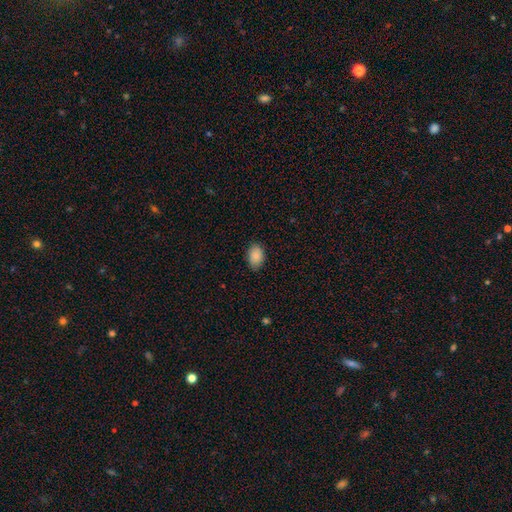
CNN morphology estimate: Q: Smooth or featured?
A: smooth (89%); runner-up: star or artifact (7%)
Q: How rounded?
A: in between (80%); runner-up: round (19%)
Q: Merging?
A: none (84%); runner-up: minor disturbance (13%)